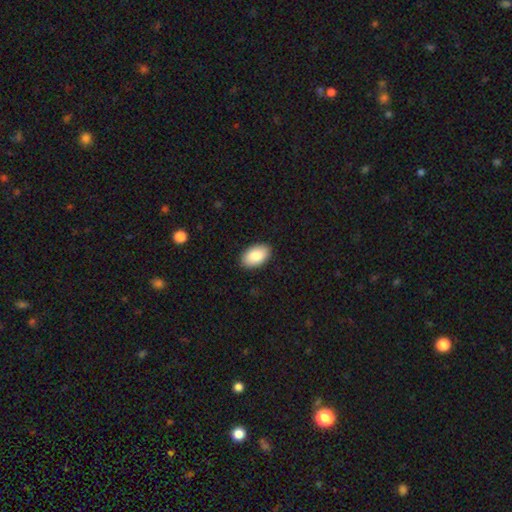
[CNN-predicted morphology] Overall: smooth (86%). How rounded: in between (93%). Merging: none (89%).